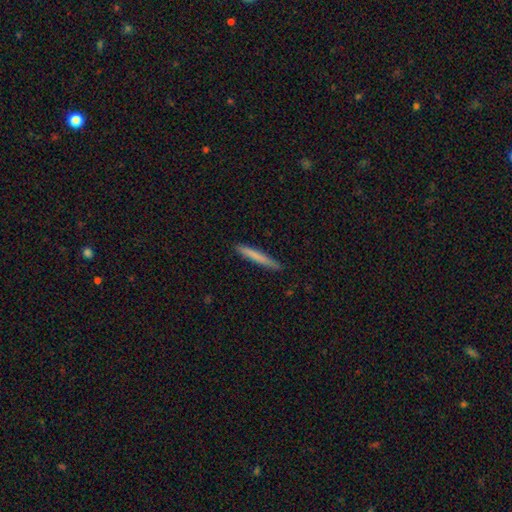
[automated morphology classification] A smooth galaxy with no disk features (73%) that is cigar-shaped (97%). Merging: none (90%).